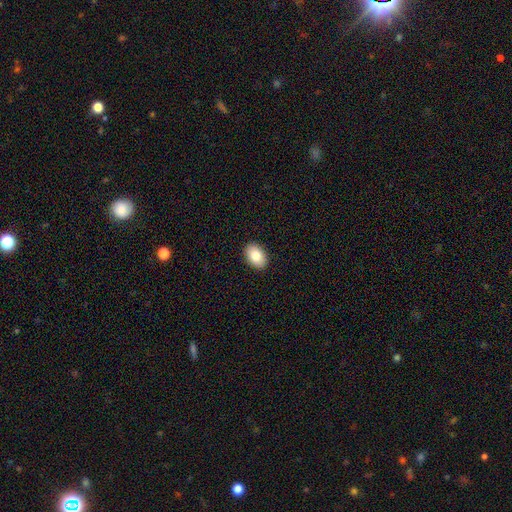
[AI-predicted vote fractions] Q: Smooth or featured?
A: smooth (85%); runner-up: featured or disk (8%)
Q: How rounded?
A: in between (87%); runner-up: round (12%)
Q: Merging?
A: none (91%); runner-up: minor disturbance (7%)